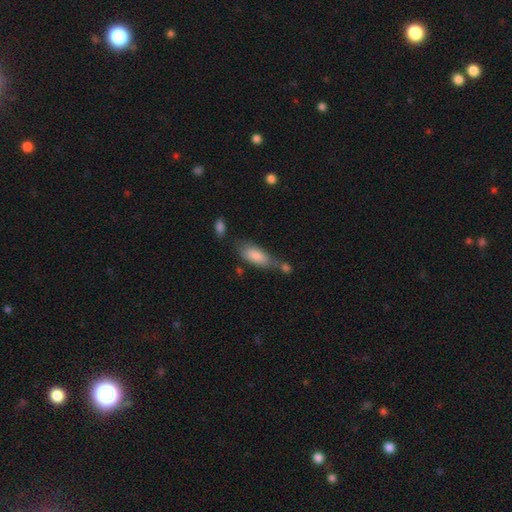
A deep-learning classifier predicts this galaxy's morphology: A smooth galaxy with no disk features (84%) that is in between round and cigar-shaped (78%). Merging: none (45%).